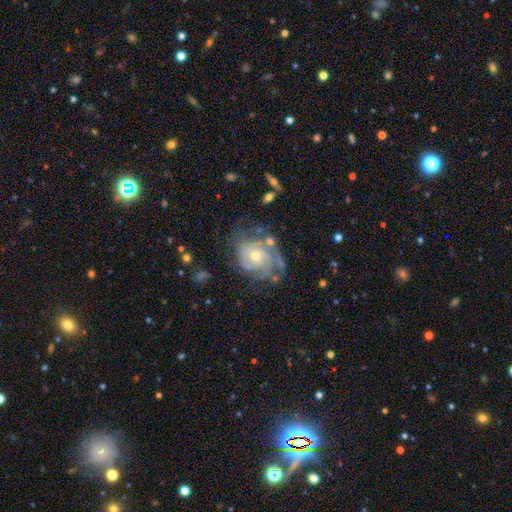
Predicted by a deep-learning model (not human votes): Smooth or featured? featured or disk (80%)
Edge-on disk? no (97%)
Bar? no (80%)
Spiral arms? yes (88%)
Spiral winding? tight (66%)
Spiral arm count? can't tell (43%)
Bulge size? moderate (50%)
Merging? none (56%)